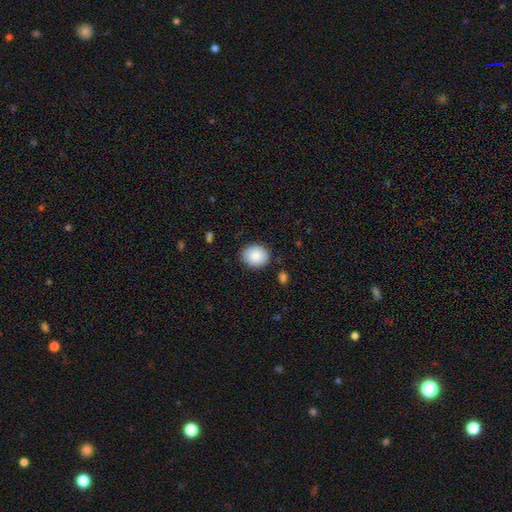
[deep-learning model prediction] Q: Smooth or featured?
A: smooth (88%); runner-up: star or artifact (7%)
Q: How rounded?
A: round (70%); runner-up: in between (29%)
Q: Merging?
A: none (87%); runner-up: minor disturbance (9%)